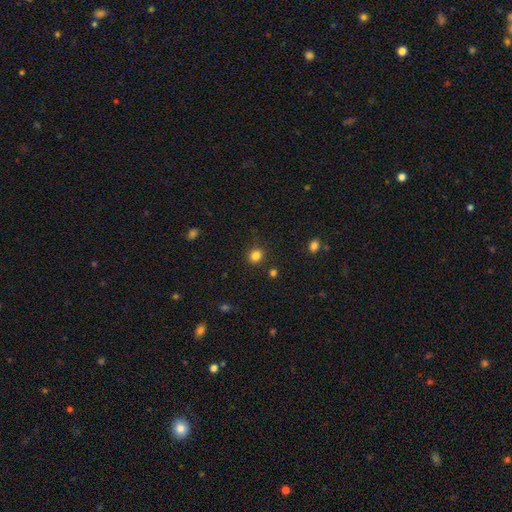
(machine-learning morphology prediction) A smooth galaxy with no disk features (82%) that is round (87%).

Vote fractions:
- Smooth or featured? smooth: 82% / star or artifact: 13% / featured or disk: 4%
- How rounded? round: 87% / in between: 12% / cigar-shaped: 1%
- Merging? none: 87% / minor disturbance: 9% / major disturbance: 3% / merger: 2%